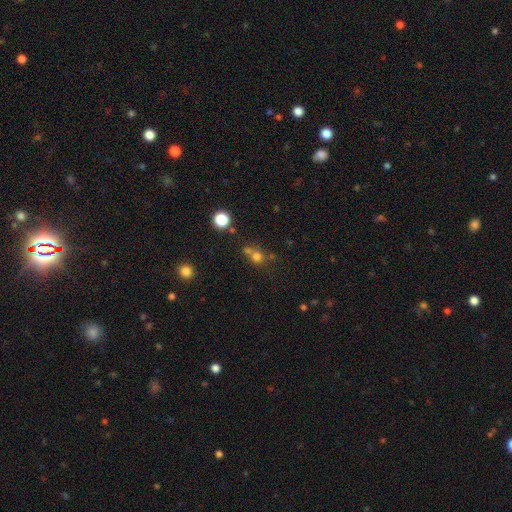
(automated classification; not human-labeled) This appears to be a smooth galaxy with no disk features (71%) that is round (86%). Merging: none (51%).